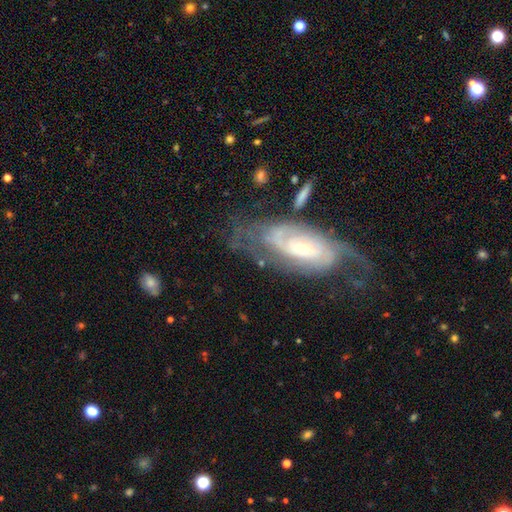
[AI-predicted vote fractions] A featured or disk galaxy (81%) with no bar (47%), 2 (53%) tight (48%) spiral arms (92%) and a moderate central bulge (45%).

Vote fractions:
- Smooth or featured? featured or disk: 81% / smooth: 11% / star or artifact: 8%
- Edge-on disk? no: 90% / yes: 10%
- Bar? no: 47% / weak: 37% / strong: 16%
- Spiral arms? yes: 92% / no: 8%
- Spiral winding? tight: 48% / medium: 38% / loose: 14%
- Spiral arm count? 2: 53% / can't tell: 27% / 3: 8% / 1: 5% / 4: 4% / more than 4: 3%
- Bulge size? moderate: 45% / small: 44% / large: 7% / none: 2% / dominant: 2%
- Merging? none: 67% / minor disturbance: 18% / major disturbance: 13% / merger: 3%